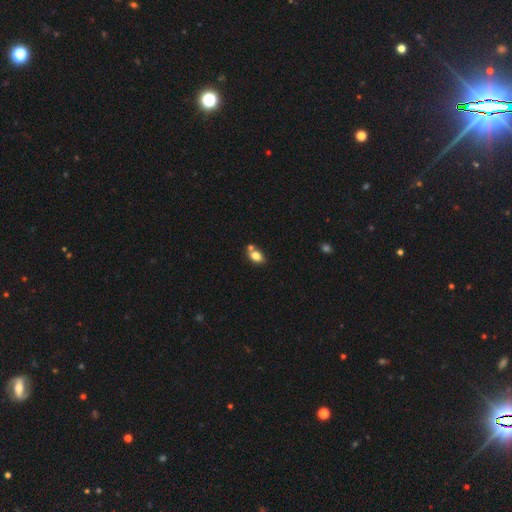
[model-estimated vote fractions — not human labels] This is clearly a smooth galaxy (81%). How rounded: likely in between (77%). Merging: possibly none (57%).